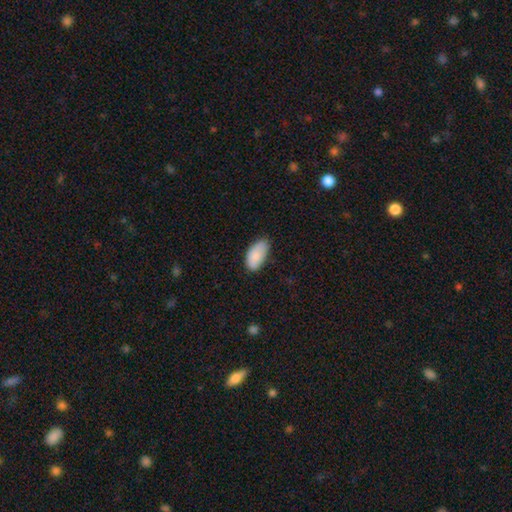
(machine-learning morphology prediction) A smooth galaxy with no disk features (87%) that is in between round and cigar-shaped (94%). Merging: none (67%).